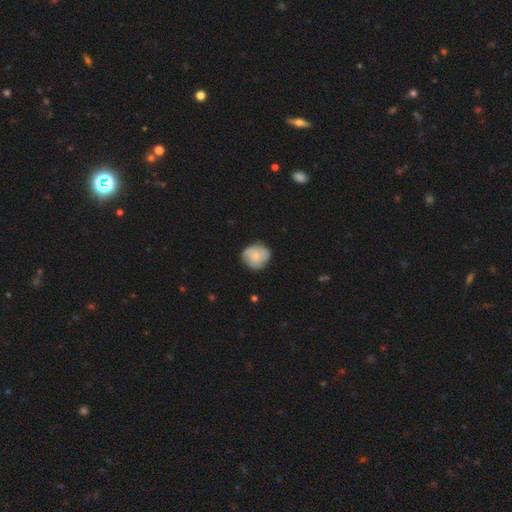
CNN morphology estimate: type=smooth (56%); roundness=round (83%); merging=none (74%).